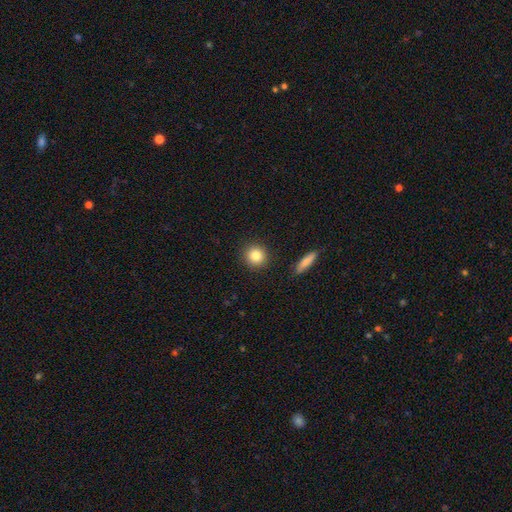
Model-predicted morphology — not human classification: Overall: smooth (85%). How rounded: round (90%). Merging: none (90%).